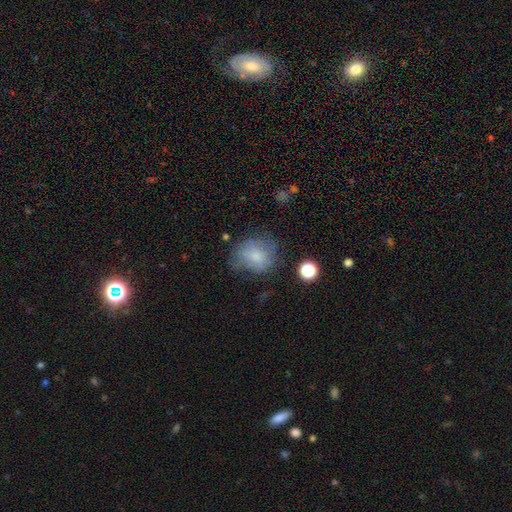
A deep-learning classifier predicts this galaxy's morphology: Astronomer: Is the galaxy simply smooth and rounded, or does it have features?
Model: smooth — 68%.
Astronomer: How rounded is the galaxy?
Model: round — 60% (runner-up: in between, 39%).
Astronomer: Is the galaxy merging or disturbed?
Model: none — 53% (runner-up: minor disturbance, 29%).